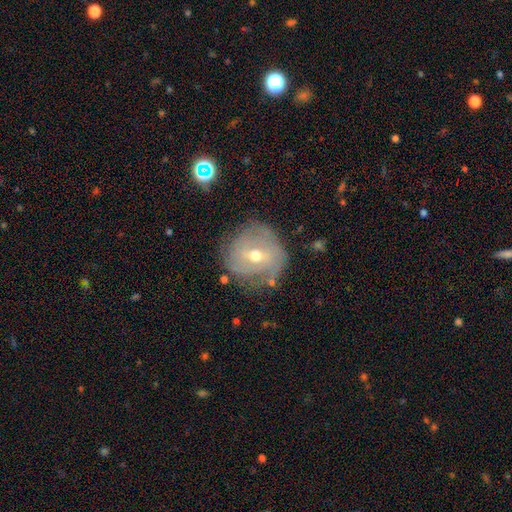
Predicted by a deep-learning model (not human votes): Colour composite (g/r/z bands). It shows a featured or disk galaxy (67%) with a weak bar (47%), spiral arms (76%) and a moderate central bulge (62%). Merging: none (70%).